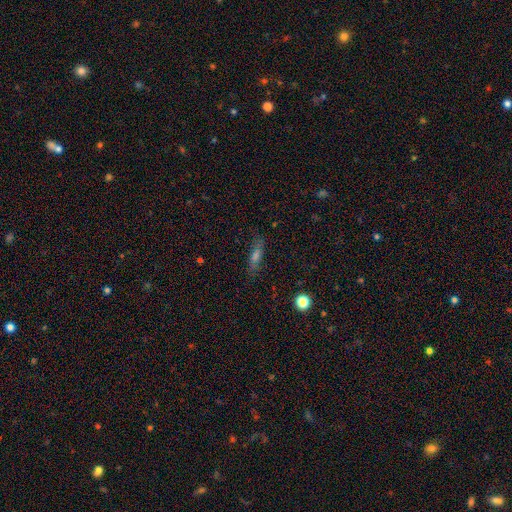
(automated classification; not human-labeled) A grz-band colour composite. It shows a smooth galaxy with no disk features (50%). Merging: none (78%).